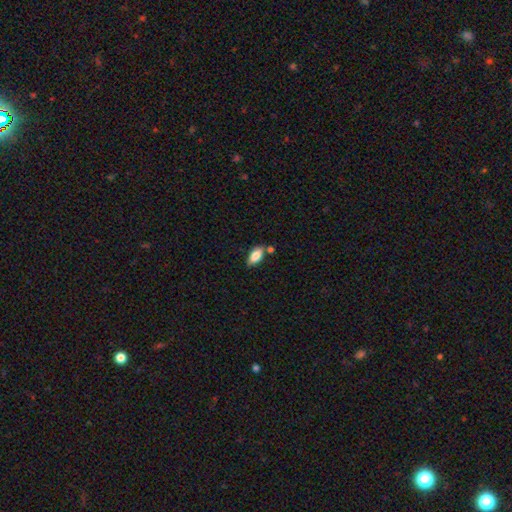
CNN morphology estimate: smooth 83%, featured or disk 11%, star or artifact 7%. Down the decision tree: how rounded — in between (88%); merging — none (72%).